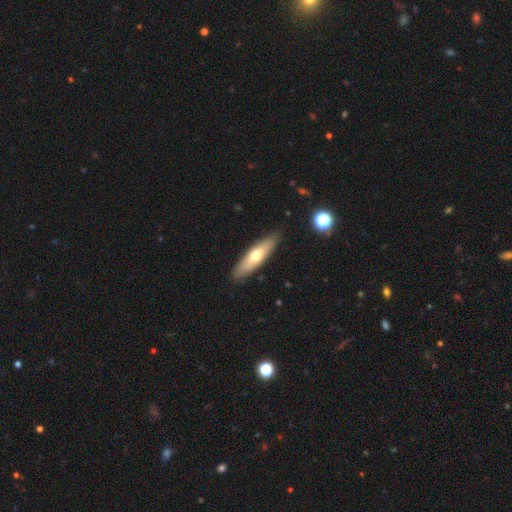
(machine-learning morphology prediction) smooth-or-featured: smooth: 56% | featured or disk: 38% | star or artifact: 5%
  how-rounded: cigar-shaped: 64% | in between: 34% | round: 2%
  merging: none: 87% | minor disturbance: 10% | major disturbance: 2% | merger: 1%